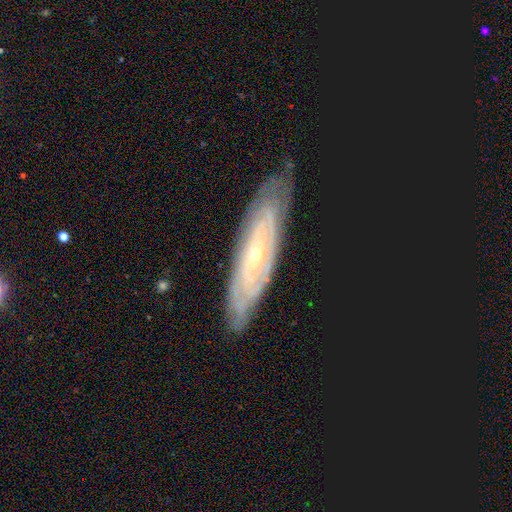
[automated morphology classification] Q: Smooth or featured?
A: featured or disk (79%); runner-up: smooth (13%)
Q: Edge-on disk?
A: no (77%); runner-up: yes (23%)
Q: Bar?
A: no (73%); runner-up: weak (20%)
Q: Spiral arms?
A: yes (87%); runner-up: no (13%)
Q: Spiral winding?
A: tight (80%); runner-up: medium (16%)
Q: Spiral arm count?
A: can't tell (64%); runner-up: 2 (14%)
Q: Bulge size?
A: small (76%); runner-up: moderate (21%)
Q: Merging?
A: none (79%); runner-up: minor disturbance (16%)